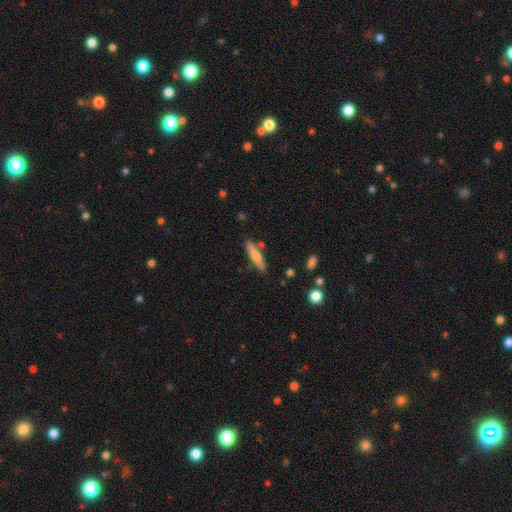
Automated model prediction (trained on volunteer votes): This appears to be a smooth galaxy with no disk features (59%) that is cigar-shaped (84%). Merging: none (81%).